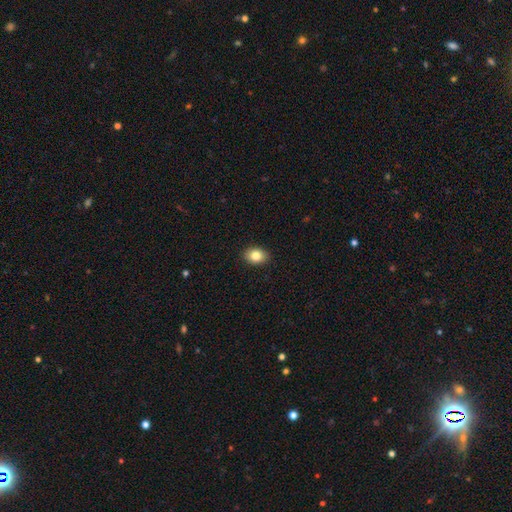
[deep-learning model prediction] A smooth galaxy with no disk features (84%) that is in between round and cigar-shaped (74%). Merging: none (91%).